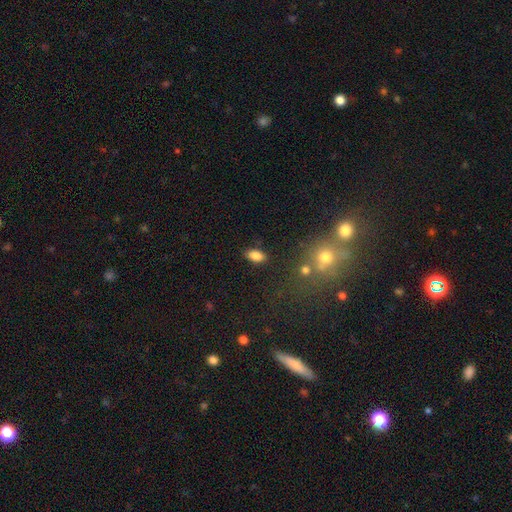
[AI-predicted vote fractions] smooth_or_featured: smooth (p=0.85) [alt: star or artifact p=0.09]
how_rounded: in between (p=0.91) [alt: round p=0.07]
merging: none (p=0.84) [alt: minor disturbance p=0.11]